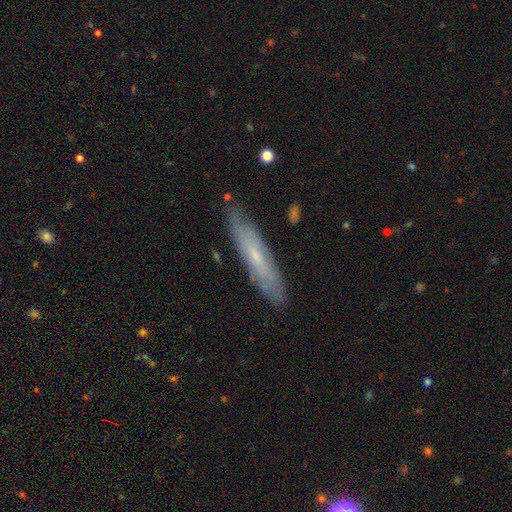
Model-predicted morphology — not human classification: smooth-or-featured: featured or disk: 47% | smooth: 46% | star or artifact: 7%
  merging: none: 83% | minor disturbance: 14% | major disturbance: 2% | merger: 1%